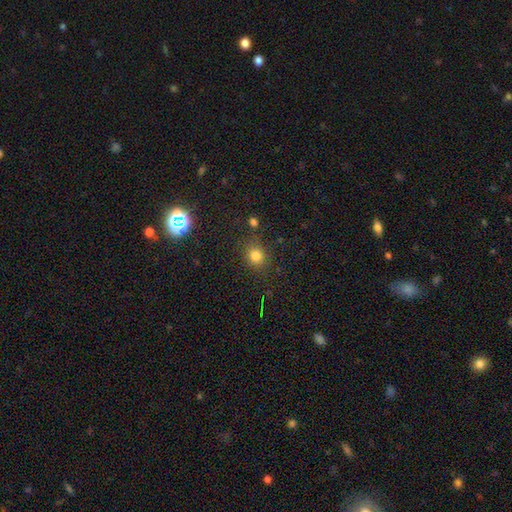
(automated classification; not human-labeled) A smooth galaxy with no disk features (78%) that is round (78%).

Vote fractions:
- Smooth or featured? smooth: 78% / star or artifact: 16% / featured or disk: 6%
- How rounded? round: 78% / in between: 21% / cigar-shaped: 1%
- Merging? none: 80% / minor disturbance: 12% / major disturbance: 4% / merger: 4%